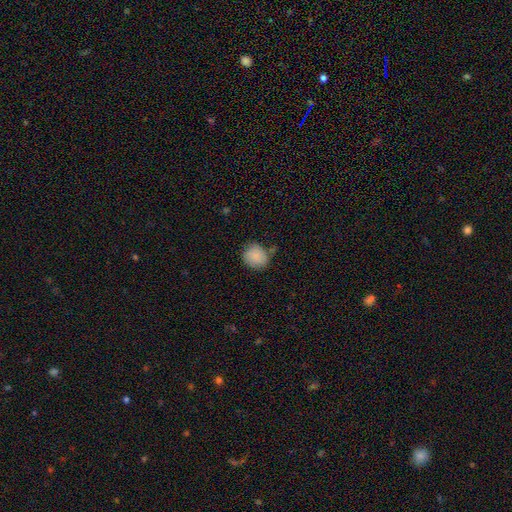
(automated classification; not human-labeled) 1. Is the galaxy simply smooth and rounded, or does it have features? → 85% smooth, 8% star or artifact, 7% featured or disk.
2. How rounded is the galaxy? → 73% round, 26% in between, 1% cigar-shaped.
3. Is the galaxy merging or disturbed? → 65% none, 23% minor disturbance, 6% major disturbance, 6% merger.